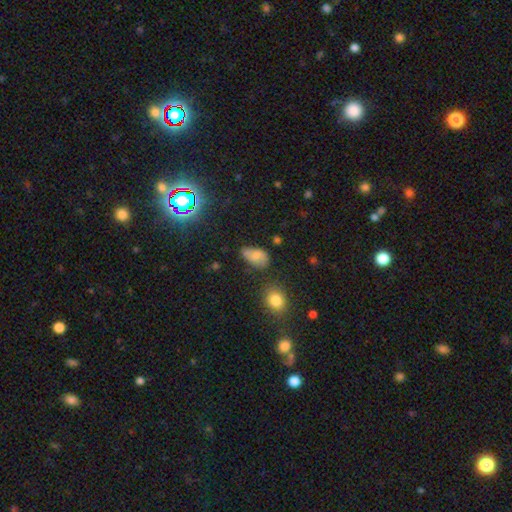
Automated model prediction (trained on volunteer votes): smooth 69%, featured or disk 18%, star or artifact 13%. Down the decision tree: how rounded — in between (87%); merging — none (48%).